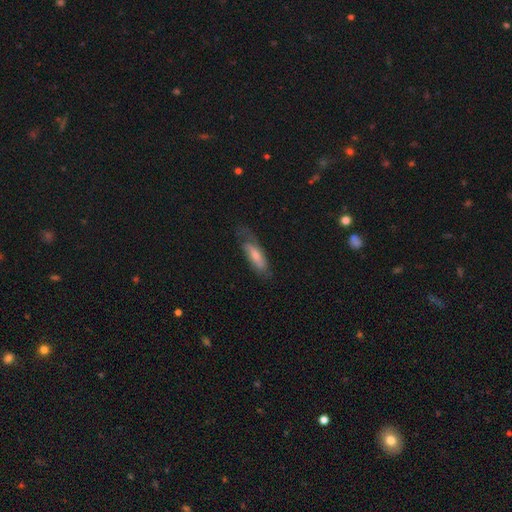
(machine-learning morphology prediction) A smooth galaxy with no disk features (49%).

Vote fractions:
- Smooth or featured? smooth: 49% / featured or disk: 45% / star or artifact: 6%
- Merging? none: 55% / minor disturbance: 27% / major disturbance: 16% / merger: 2%